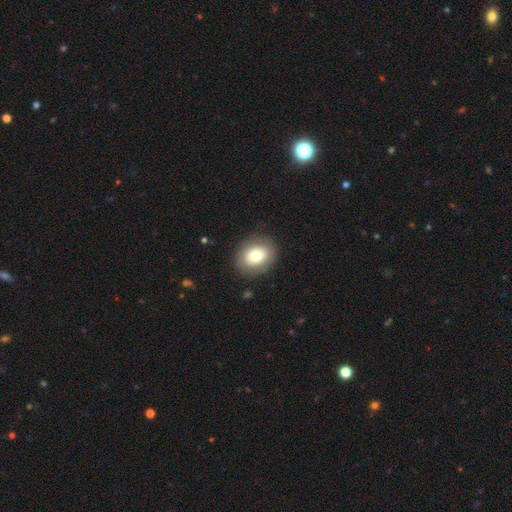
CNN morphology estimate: smooth 73%, featured or disk 19%, star or artifact 8%. Down the decision tree: how rounded — round (54%); merging — none (86%).